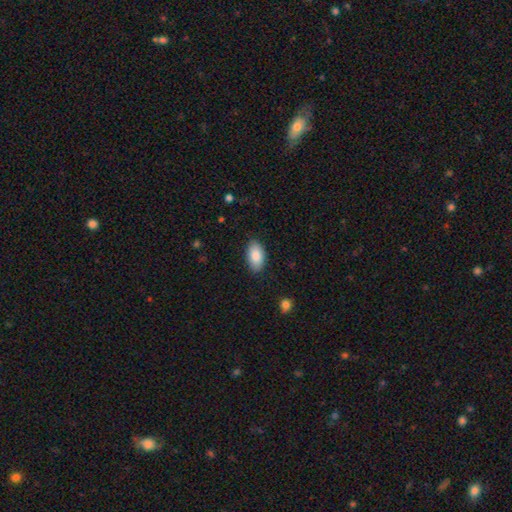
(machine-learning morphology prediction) The model was most divided on "merging": none: 86%, minor disturbance: 11%, major disturbance: 2%, merger: 1%. More confident: how rounded — in between (94%); smooth or featured — smooth (87%).